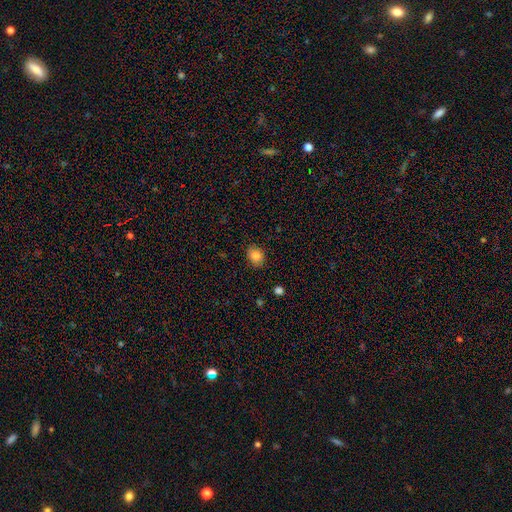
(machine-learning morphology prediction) A smooth galaxy with no disk features (85%) that is round (52%). Merging: none (86%).